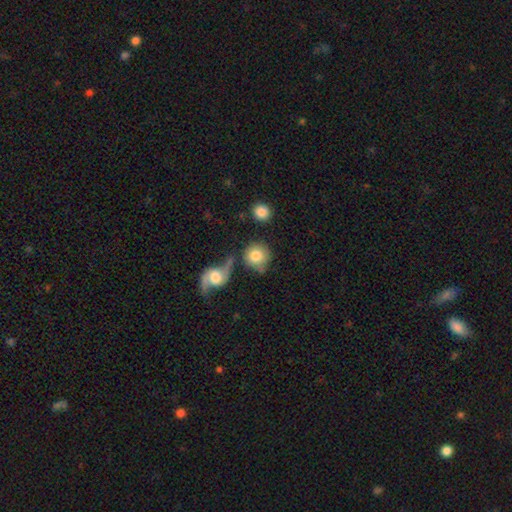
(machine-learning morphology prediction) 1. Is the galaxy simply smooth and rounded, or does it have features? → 78% smooth, 16% featured or disk, 7% star or artifact.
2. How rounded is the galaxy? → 91% round, 8% in between, 1% cigar-shaped.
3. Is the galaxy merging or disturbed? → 60% none, 21% merger, 12% minor disturbance, 7% major disturbance.